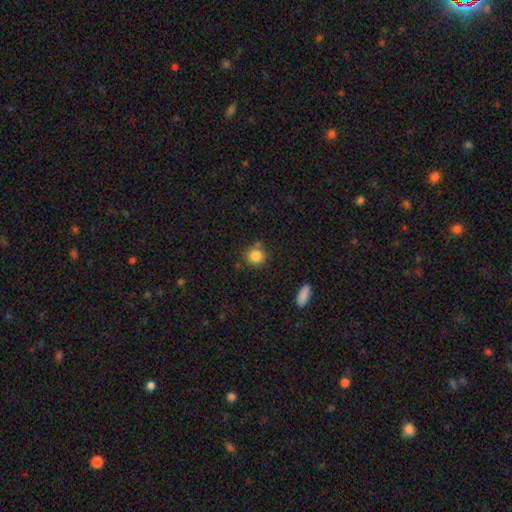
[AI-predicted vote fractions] A smooth galaxy with no disk features (85%) that is round (88%). Merging: none (77%).